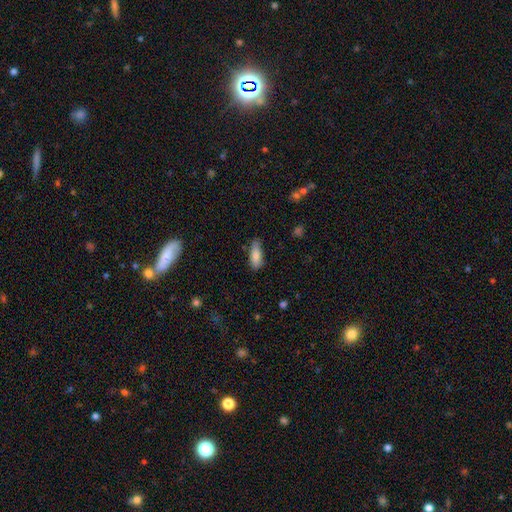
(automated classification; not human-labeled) Smooth or featured? Predicted: smooth (p=0.85). How rounded? Predicted: in between (p=0.73). Merging? Predicted: none (p=0.70).